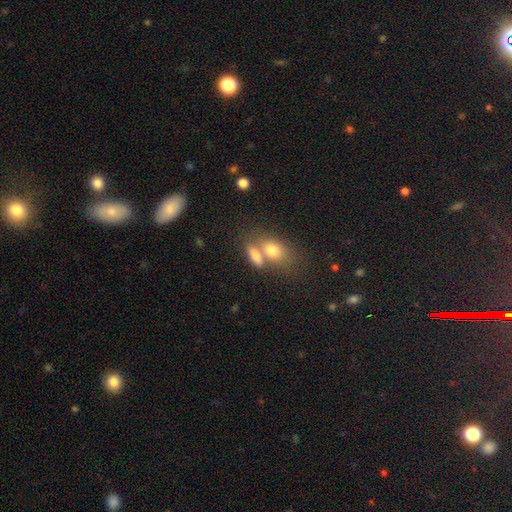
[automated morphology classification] smooth_or_featured: smooth (p=0.79) [alt: featured or disk p=0.13]
how_rounded: in between (p=0.77) [alt: round p=0.13]
merging: merger (p=0.51) [alt: none p=0.35]